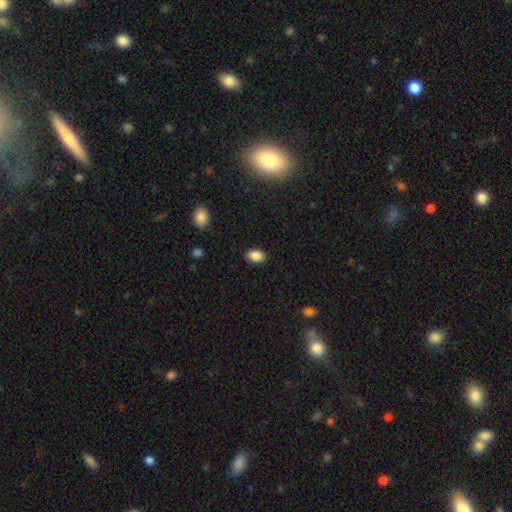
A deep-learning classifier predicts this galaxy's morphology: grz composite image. It shows a smooth galaxy with no disk features (88%) that is in between round and cigar-shaped (84%). Merging: none (88%).